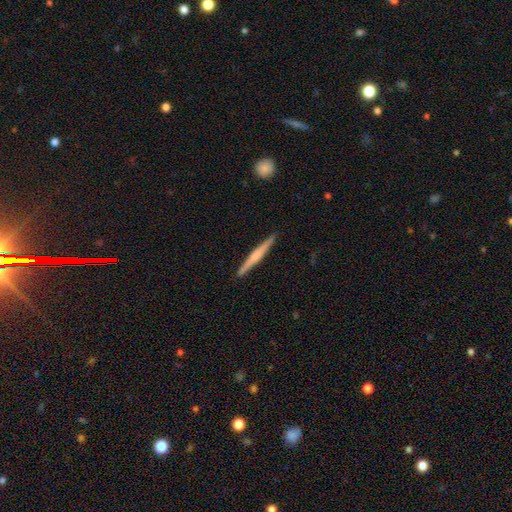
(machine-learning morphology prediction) Smooth or featured?
  - featured or disk: 59% *
  - smooth: 36%
  - star or artifact: 5%
Edge-on disk?
  - yes: 98% *
  - no: 2%
Edge-on bulge?
  - rounded: 52% *
  - none: 29%
  - boxy: 18%
Merging?
  - none: 92% *
  - minor disturbance: 6%
  - major disturbance: 1%
  - merger: 1%